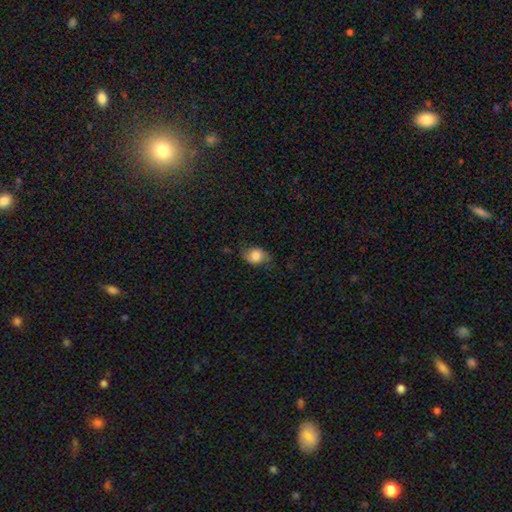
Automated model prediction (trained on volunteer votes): This is likely a smooth galaxy (69%). How rounded: likely in between (68%). Merging: likely none (66%).